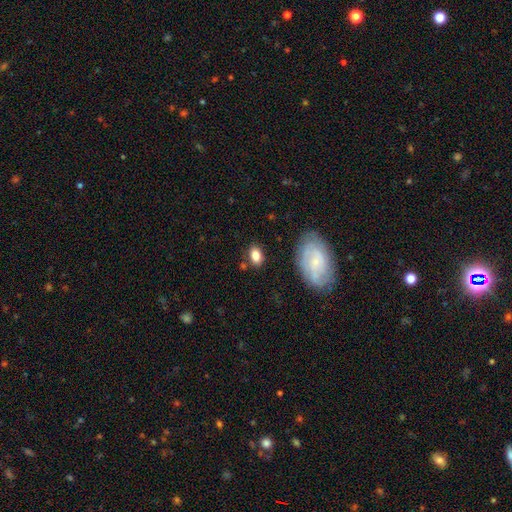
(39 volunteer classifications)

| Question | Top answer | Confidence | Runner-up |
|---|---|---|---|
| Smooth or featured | smooth | 82% | featured or disk (13%) |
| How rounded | in between | 84% | round (16%) |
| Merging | none | 70% | minor disturbance (16%) |